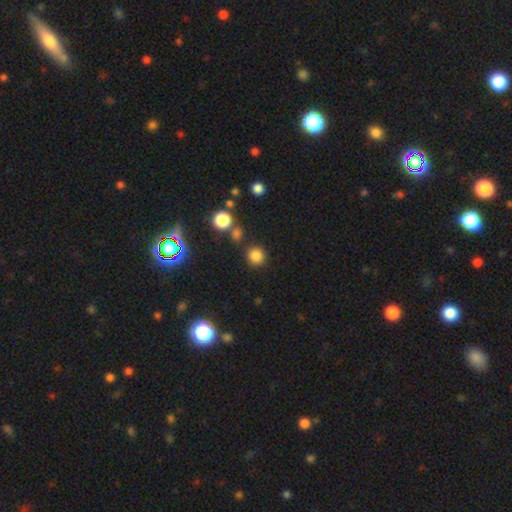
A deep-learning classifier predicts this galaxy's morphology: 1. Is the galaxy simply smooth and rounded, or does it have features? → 81% smooth, 15% star or artifact, 4% featured or disk.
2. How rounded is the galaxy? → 90% round, 9% in between, 1% cigar-shaped.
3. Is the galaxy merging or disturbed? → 83% none, 8% minor disturbance, 6% merger, 3% major disturbance.